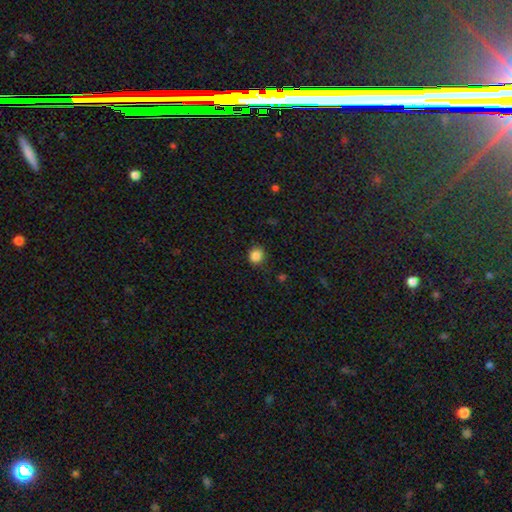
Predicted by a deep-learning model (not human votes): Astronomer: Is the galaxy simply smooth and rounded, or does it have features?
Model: smooth — 86%.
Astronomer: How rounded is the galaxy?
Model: round — 86%.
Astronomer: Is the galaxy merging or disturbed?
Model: none — 87%.